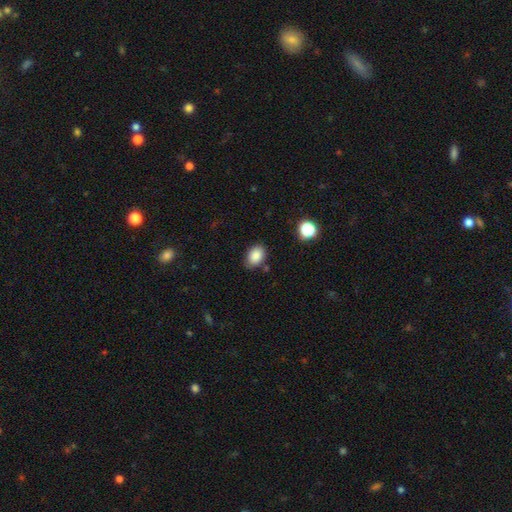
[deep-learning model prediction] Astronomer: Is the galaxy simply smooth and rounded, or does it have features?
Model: smooth — 86%.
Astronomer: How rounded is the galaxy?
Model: in between — 79%.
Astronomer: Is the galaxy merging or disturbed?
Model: none — 78%.